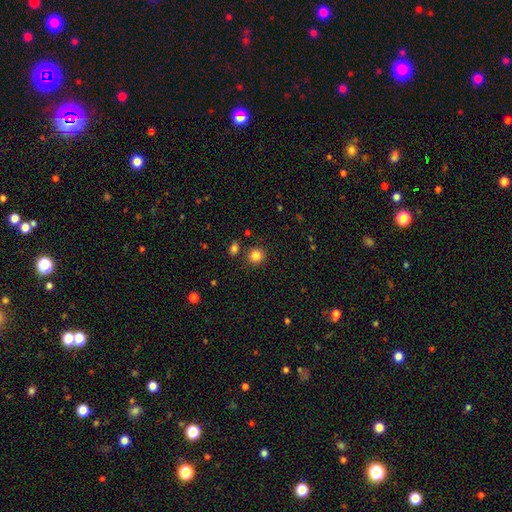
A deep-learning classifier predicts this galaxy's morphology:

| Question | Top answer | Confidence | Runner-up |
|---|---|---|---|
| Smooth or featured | smooth | 84% | star or artifact (12%) |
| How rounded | round | 88% | in between (11%) |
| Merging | none | 84% | minor disturbance (8%) |